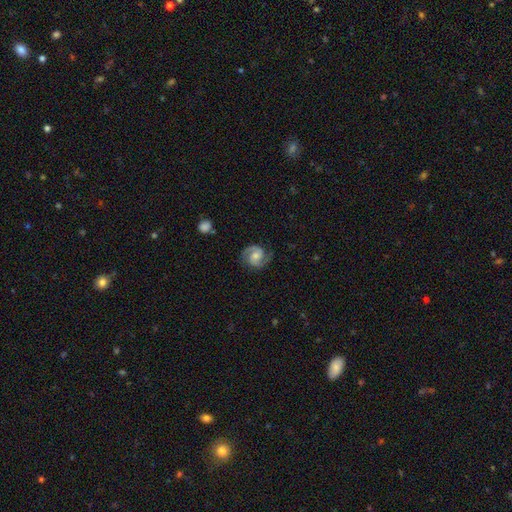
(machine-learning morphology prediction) Smooth or featured? featured or disk (87%)
Edge-on disk? no (98%)
Bar? no (51%)
Spiral arms? yes (98%)
Spiral winding? medium (56%)
Spiral arm count? 2 (93%)
Bulge size? moderate (53%)
Merging? none (83%)